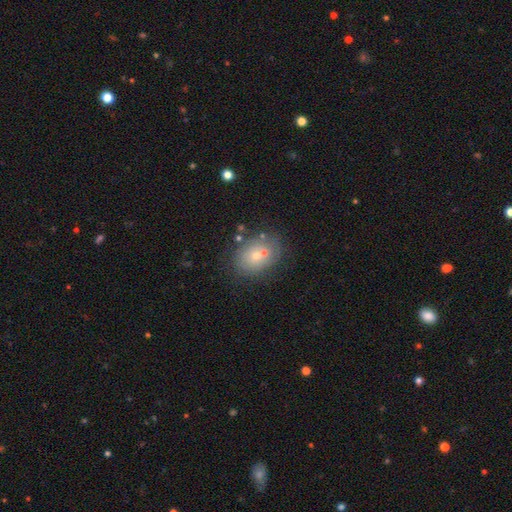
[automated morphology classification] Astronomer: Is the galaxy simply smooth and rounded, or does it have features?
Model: smooth — 62%.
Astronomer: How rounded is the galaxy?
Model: in between — 60% (runner-up: round, 39%).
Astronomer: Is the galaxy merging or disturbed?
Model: none — 65%.